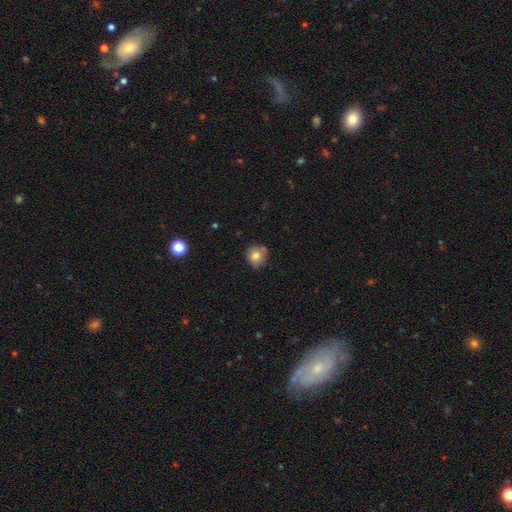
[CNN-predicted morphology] Overall: smooth (78%). How rounded: round (88%). Merging: none (70%).